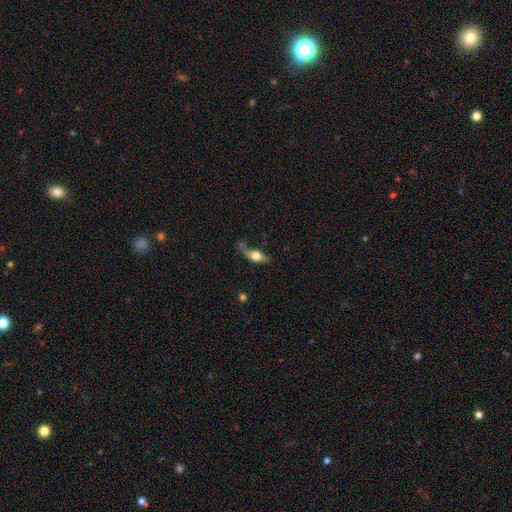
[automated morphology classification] Q: Smooth or featured?
A: smooth (56%); runner-up: featured or disk (37%)
Q: How rounded?
A: in between (64%); runner-up: cigar-shaped (28%)
Q: Merging?
A: none (36%); runner-up: major disturbance (27%)